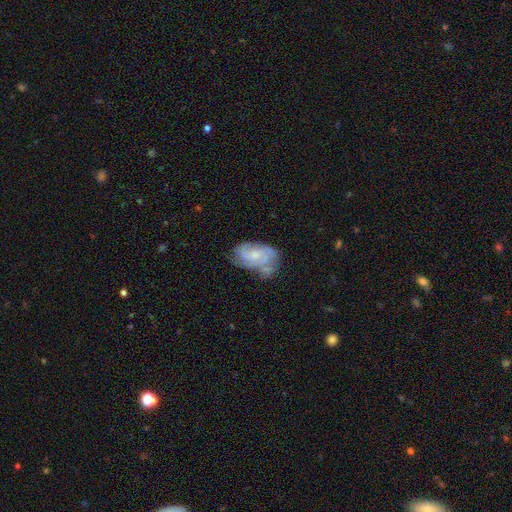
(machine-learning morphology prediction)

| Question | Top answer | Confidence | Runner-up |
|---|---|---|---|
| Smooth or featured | featured or disk | 69% | smooth (24%) |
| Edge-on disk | no | 97% | yes (3%) |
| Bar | no | 68% | weak (28%) |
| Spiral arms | yes | 86% | no (14%) |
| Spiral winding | tight | 48% | medium (39%) |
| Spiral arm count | can't tell | 35% | 3 (25%) |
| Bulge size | small | 55% | moderate (31%) |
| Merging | none | 52% | minor disturbance (28%) |